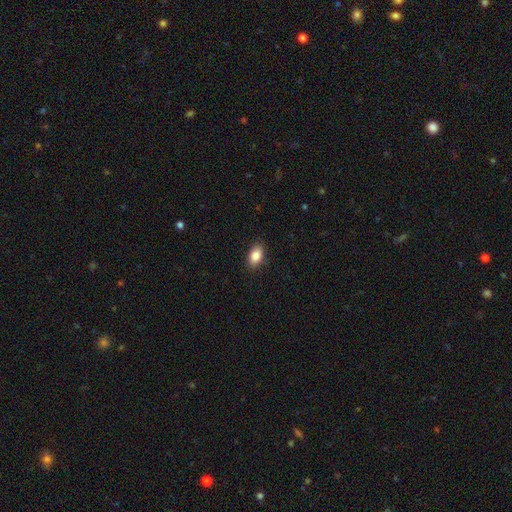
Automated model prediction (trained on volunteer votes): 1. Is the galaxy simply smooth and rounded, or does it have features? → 86% smooth, 8% star or artifact, 6% featured or disk.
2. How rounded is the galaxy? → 90% in between, 7% round, 2% cigar-shaped.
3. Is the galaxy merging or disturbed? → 88% none, 9% minor disturbance, 2% major disturbance, 1% merger.